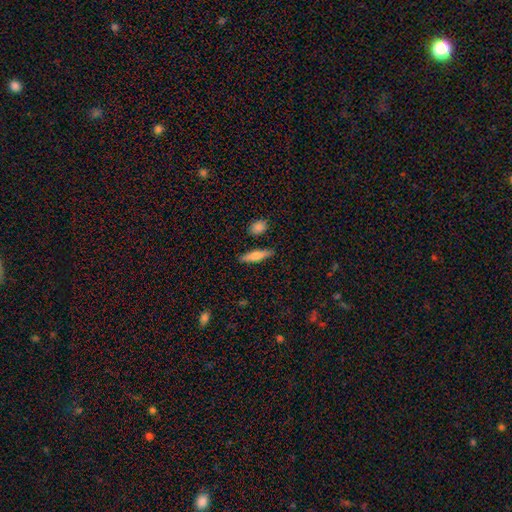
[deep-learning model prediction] smooth 66%, featured or disk 28%, star or artifact 6%. Down the decision tree: how rounded — cigar-shaped (72%); merging — none (86%).